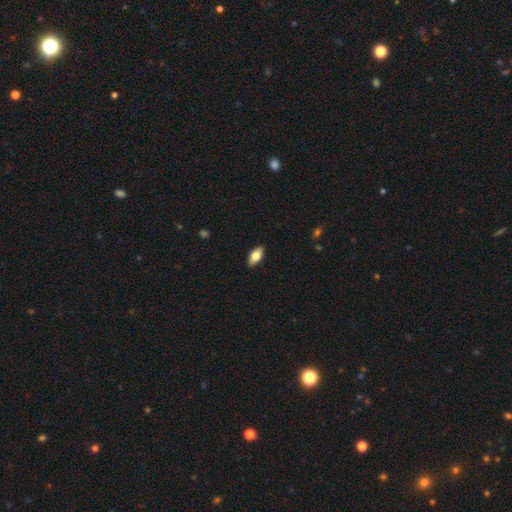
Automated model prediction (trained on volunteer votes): Smooth or featured? Predicted: smooth (p=0.76). How rounded? Predicted: in between (p=0.87). Merging? Predicted: none (p=0.89).